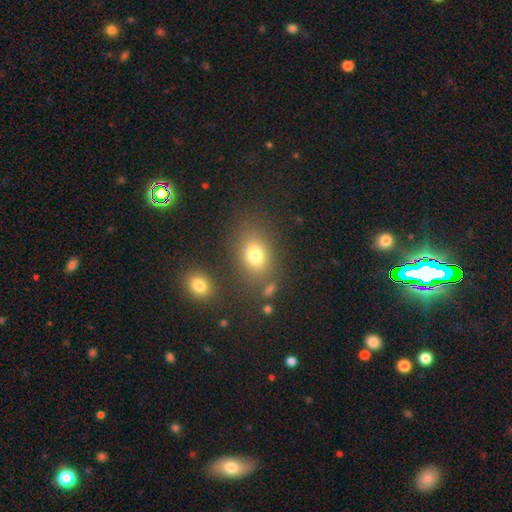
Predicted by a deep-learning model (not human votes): A smooth galaxy with no disk features (74%) that is in between round and cigar-shaped (66%). Merging: none (76%).